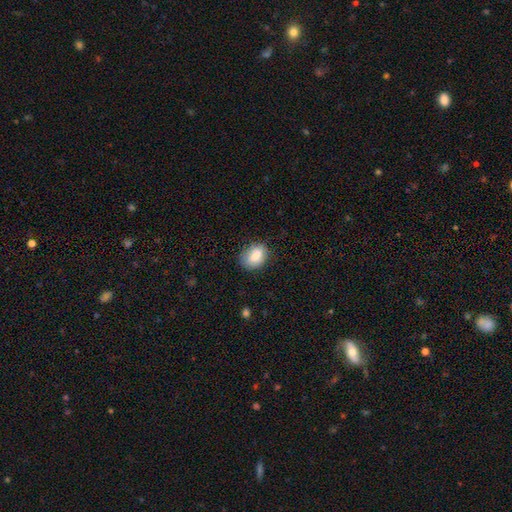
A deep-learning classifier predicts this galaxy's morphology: This appears to be a smooth galaxy with no disk features (85%) that is in between round and cigar-shaped (69%). Merging: none (74%).